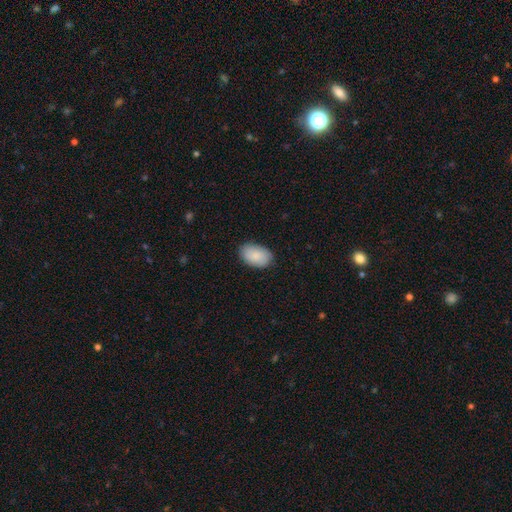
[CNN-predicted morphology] smooth 84%, featured or disk 10%, star or artifact 6%. Down the decision tree: how rounded — in between (90%); merging — none (84%).